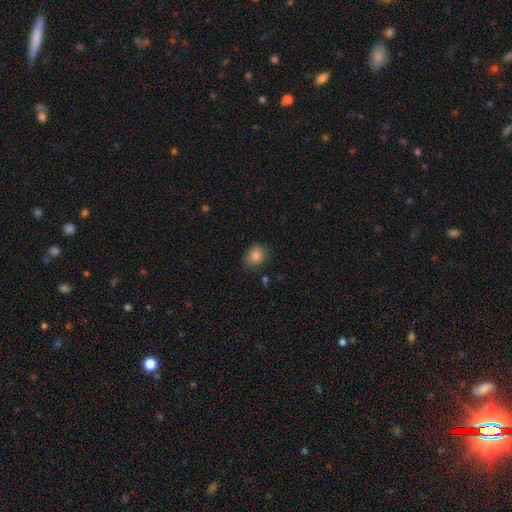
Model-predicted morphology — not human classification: Q: Smooth or featured?
A: smooth (84%); runner-up: star or artifact (10%)
Q: How rounded?
A: round (59%); runner-up: in between (40%)
Q: Merging?
A: none (77%); runner-up: minor disturbance (18%)